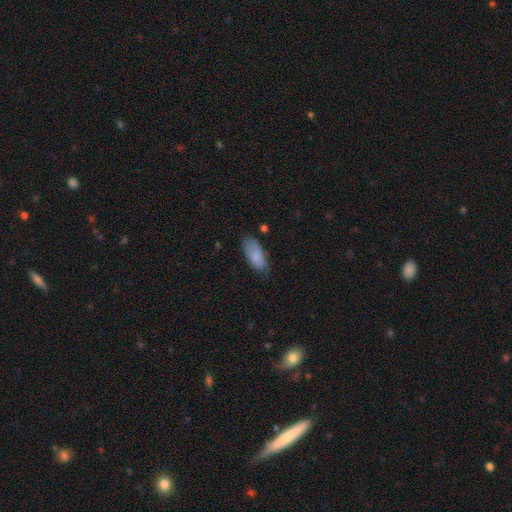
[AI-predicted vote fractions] A smooth galaxy with no disk features (83%) that is in between round and cigar-shaped (86%).

Vote fractions:
- Smooth or featured? smooth: 83% / featured or disk: 10% / star or artifact: 6%
- How rounded? in between: 86% / cigar-shaped: 12% / round: 2%
- Merging? none: 63% / minor disturbance: 28% / major disturbance: 7% / merger: 2%